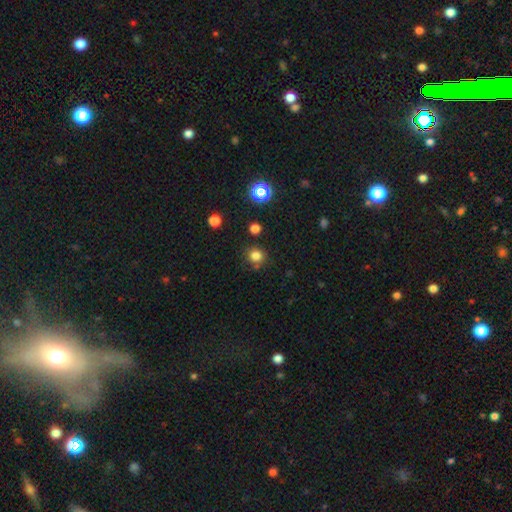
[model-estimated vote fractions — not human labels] The model was most divided on "smooth or featured": smooth: 79%, star or artifact: 16%, featured or disk: 6%. More confident: how rounded — round (86%); merging — none (80%).